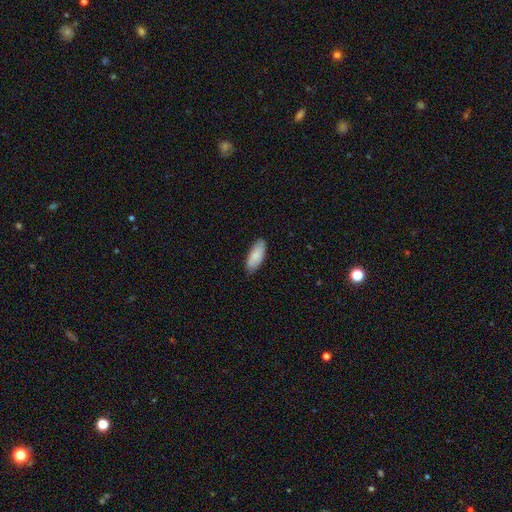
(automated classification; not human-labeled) A smooth galaxy with no disk features (85%) that is in between round and cigar-shaped (81%). Merging: none (84%).